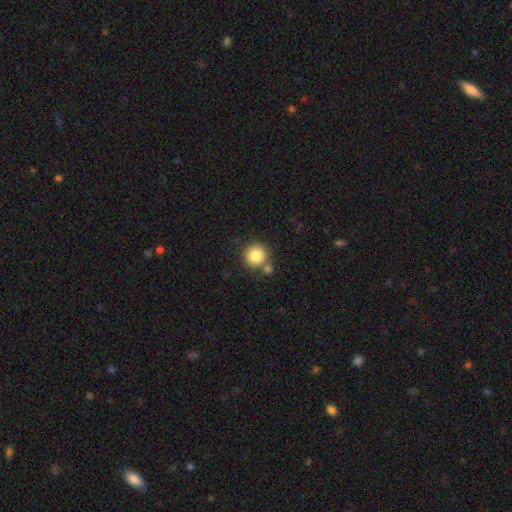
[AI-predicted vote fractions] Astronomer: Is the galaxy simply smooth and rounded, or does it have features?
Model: smooth — 85%.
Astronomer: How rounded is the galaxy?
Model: round — 94%.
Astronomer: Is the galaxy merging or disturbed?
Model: none — 71%.